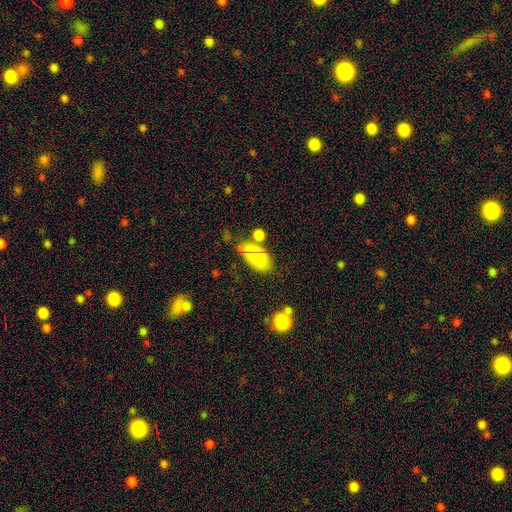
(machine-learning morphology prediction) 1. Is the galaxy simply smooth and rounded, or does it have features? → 79% smooth, 12% featured or disk, 9% star or artifact.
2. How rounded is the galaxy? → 91% in between, 5% round, 4% cigar-shaped.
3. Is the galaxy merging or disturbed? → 50% none, 24% minor disturbance, 15% merger, 11% major disturbance.